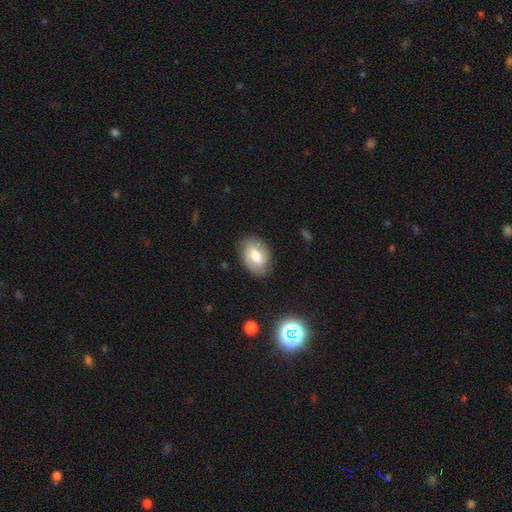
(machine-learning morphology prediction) smooth 58%, featured or disk 34%, star or artifact 8%. Down the decision tree: how rounded — in between (81%); merging — none (78%).